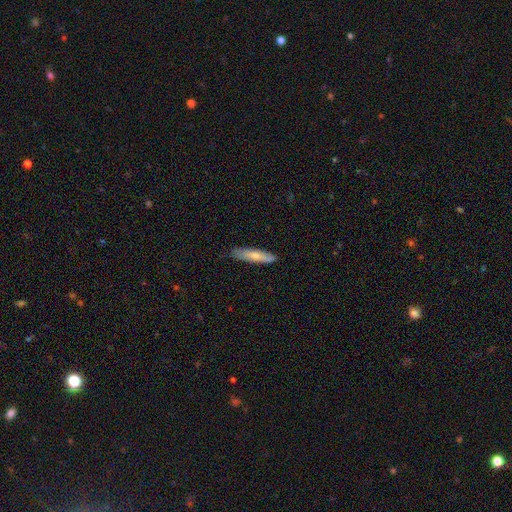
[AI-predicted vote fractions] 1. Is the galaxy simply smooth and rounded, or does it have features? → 71% smooth, 23% featured or disk, 5% star or artifact.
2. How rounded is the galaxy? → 79% cigar-shaped, 19% in between, 1% round.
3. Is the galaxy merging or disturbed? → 77% none, 19% minor disturbance, 3% major disturbance, 1% merger.